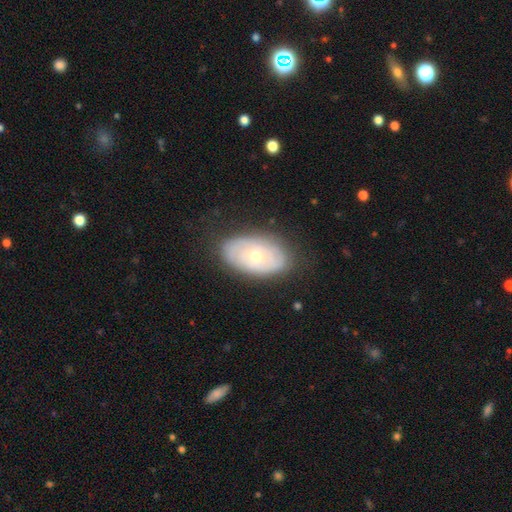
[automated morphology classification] type=featured or disk (59%); edge-on=no (92%); bar=no (90%); spiral arms=no (54%); bulge=moderate (57%); merging=none (79%).